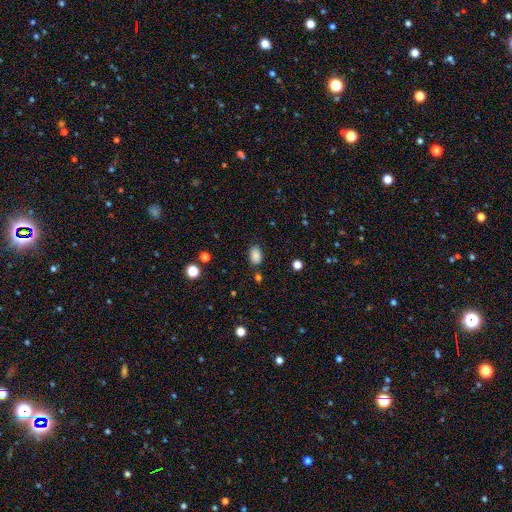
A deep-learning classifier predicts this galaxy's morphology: The model was most divided on "merging": none: 80%, minor disturbance: 12%, merger: 4%, major disturbance: 3%. More confident: how rounded — in between (88%); smooth or featured — smooth (85%).